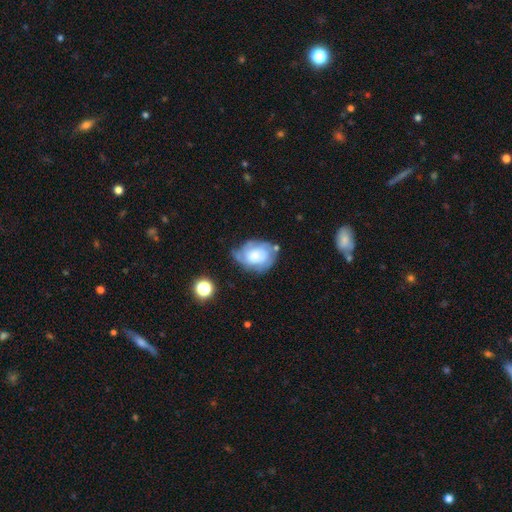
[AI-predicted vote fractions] Smooth or featured: featured or disk — 54% (smooth — 37%)
Edge-on disk: no — 97% (yes — 3%)
Bar: no — 79% (weak — 18%)
Spiral arms: yes — 72% (no — 28%)
Bulge size: large — 34% (moderate — 20%)
Merging: none — 47% (minor disturbance — 31%)